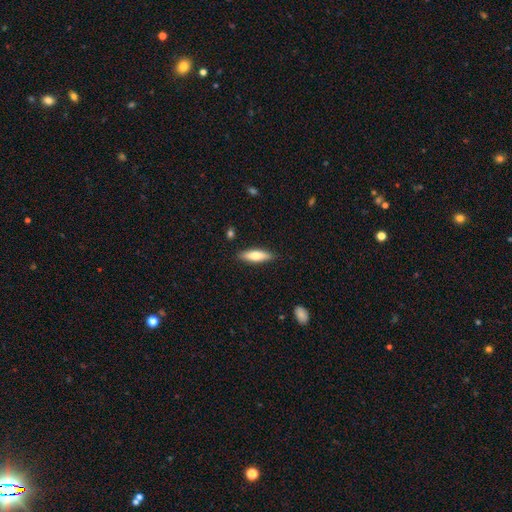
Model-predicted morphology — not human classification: smooth-or-featured: smooth: 69% | featured or disk: 25% | star or artifact: 6%
  how-rounded: cigar-shaped: 57% | in between: 41% | round: 2%
  merging: none: 87% | minor disturbance: 9% | major disturbance: 2% | merger: 1%